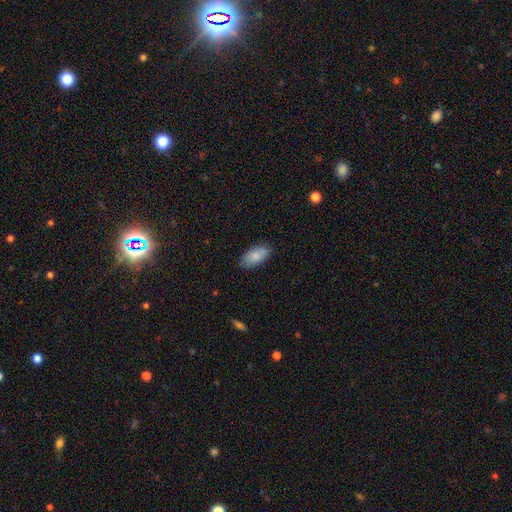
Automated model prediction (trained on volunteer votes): This is clearly a smooth galaxy (84%). How rounded: clearly in between (93%). Merging: clearly none (81%).